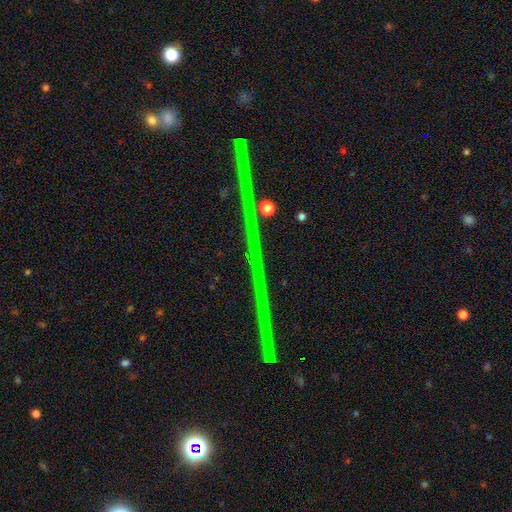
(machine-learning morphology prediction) star or artifact 73%, featured or disk 19%, smooth 9%.